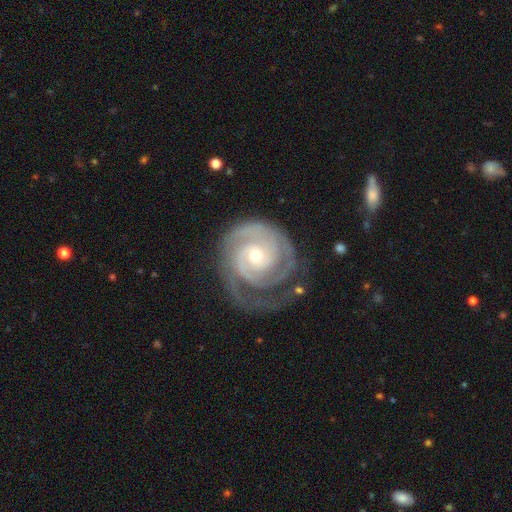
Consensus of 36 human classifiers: Smooth or featured? 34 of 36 (94%) said featured or disk. Edge-on disk? 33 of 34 (97%) said no. Bar? 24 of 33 (73%) said no. Spiral arms? 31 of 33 (94%) said yes. Spiral winding? 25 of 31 (81%) said tight. Spiral arm count? 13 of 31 (42%) said 3. Bulge size? 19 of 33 (58%) said small. Merging? 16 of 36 (44%) said none.